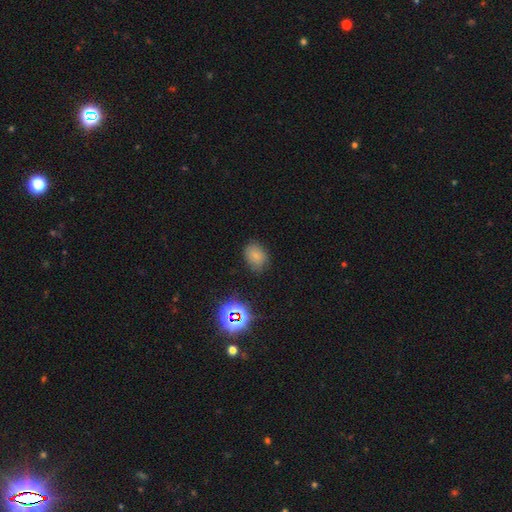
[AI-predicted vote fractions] Smooth or featured?
  - smooth: 72% *
  - star or artifact: 19%
  - featured or disk: 9%
How rounded?
  - in between: 69% *
  - round: 30%
  - cigar-shaped: 1%
Merging?
  - none: 77% *
  - minor disturbance: 17%
  - major disturbance: 4%
  - merger: 2%